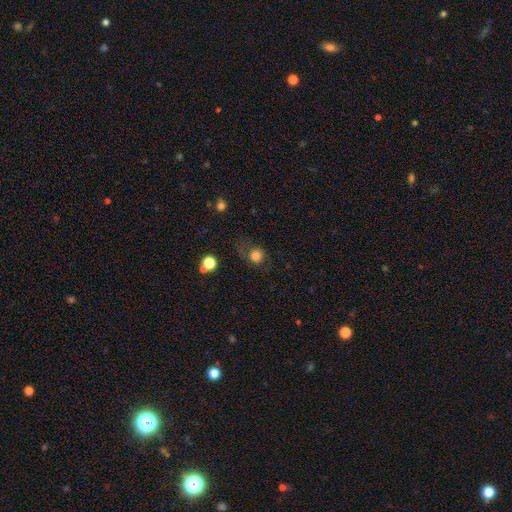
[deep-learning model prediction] The model was most divided on "merging": none: 55%, minor disturbance: 21%, major disturbance: 20%, merger: 3%. More confident: how rounded — round (85%); smooth or featured — smooth (77%).